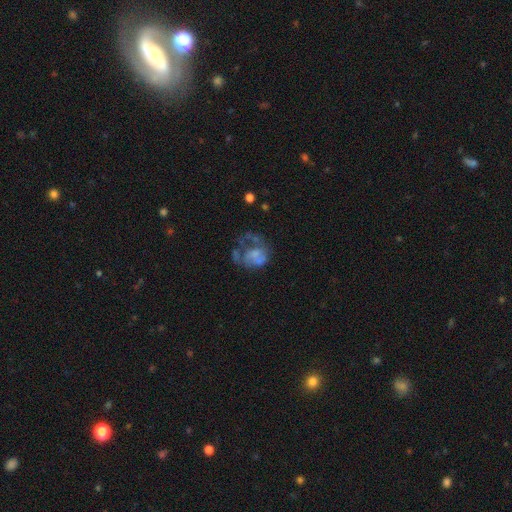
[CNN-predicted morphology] type=featured or disk (54%); edge-on=no (98%); bar=no (88%); spiral arms=no (76%); bulge=none (55%); merging=major disturbance (44%).